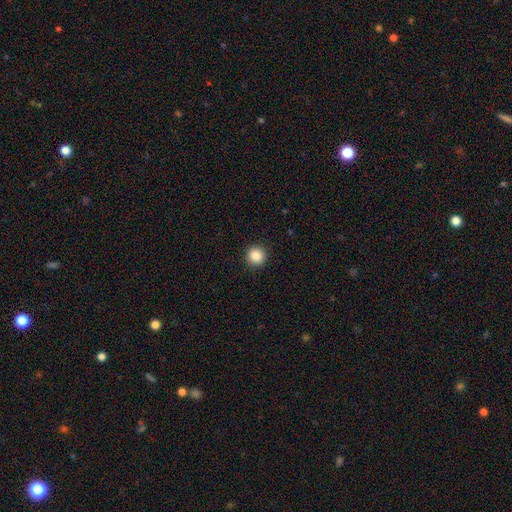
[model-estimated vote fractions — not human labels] This is clearly a smooth galaxy (86%). How rounded: clearly round (95%). Merging: clearly none (93%).